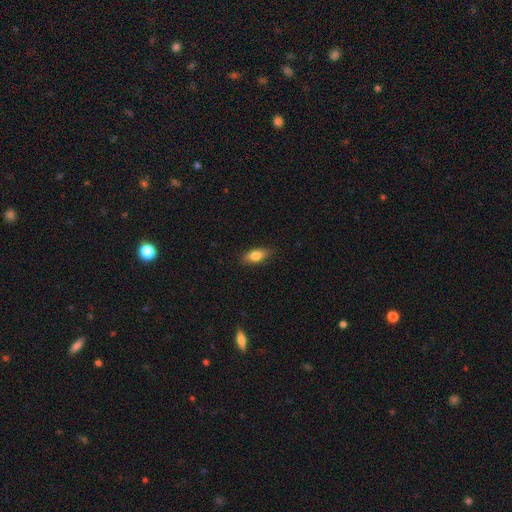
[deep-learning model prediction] This is likely a smooth galaxy (79%). How rounded: clearly in between (83%). Merging: clearly none (85%).